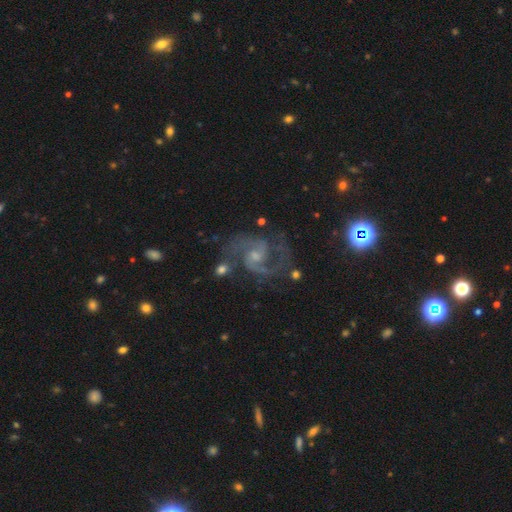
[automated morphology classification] Smooth or featured?
  - featured or disk: 91% *
  - star or artifact: 6%
  - smooth: 4%
Edge-on disk?
  - no: 98% *
  - yes: 2%
Bar?
  - no: 46% * (tied)
  - weak: 46% * (tied)
  - strong: 8%
Spiral arms?
  - yes: 98% *
  - no: 2%
Spiral winding?
  - medium: 63% *
  - loose: 22%
  - tight: 14%
Spiral arm count?
  - 2: 92% *
  - can't tell: 2%
  - 3: 2%
  - 1: 1%
  - 4: 1%
  - more than 4: 1%
Bulge size?
  - small: 49% *
  - moderate: 38%
  - none: 9%
  - large: 3%
  - dominant: 1%
Merging?
  - none: 67% *
  - minor disturbance: 17%
  - major disturbance: 11%
  - merger: 6%